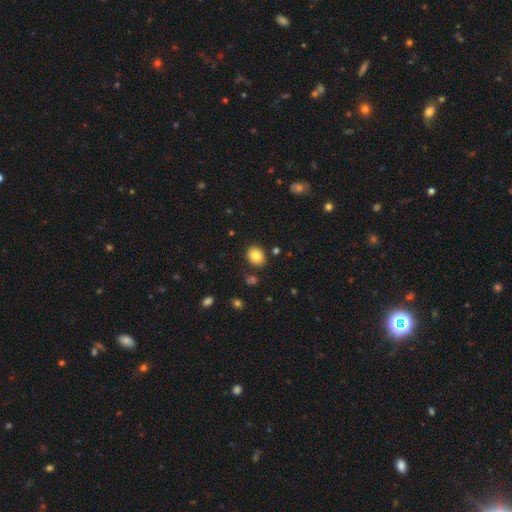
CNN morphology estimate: smooth 84%, star or artifact 9%, featured or disk 6%. Down the decision tree: how rounded — round (56%); merging — none (85%).